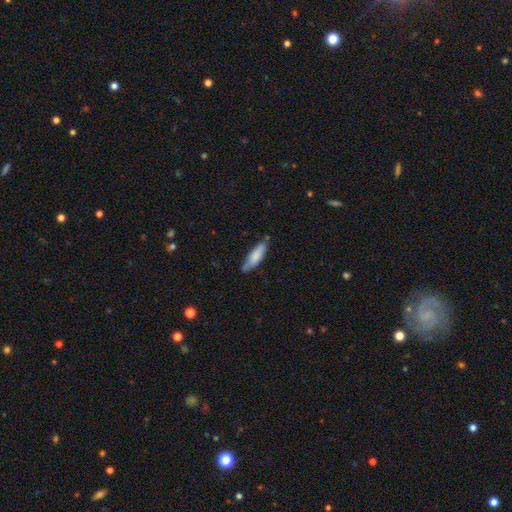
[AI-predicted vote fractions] Overall: smooth (78%). How rounded: cigar-shaped (54%; in between 44%). Merging: none (73%).